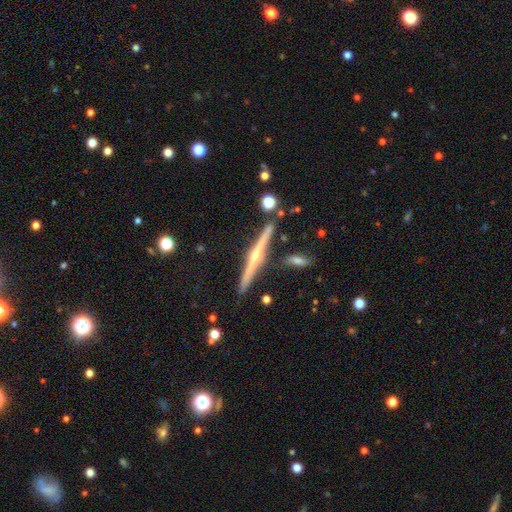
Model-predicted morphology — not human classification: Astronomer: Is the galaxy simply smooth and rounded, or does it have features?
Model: featured or disk — 82%.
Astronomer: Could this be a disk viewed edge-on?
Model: yes — 98%.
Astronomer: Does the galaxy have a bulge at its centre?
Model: rounded — 86%.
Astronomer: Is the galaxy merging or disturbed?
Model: none — 86%.